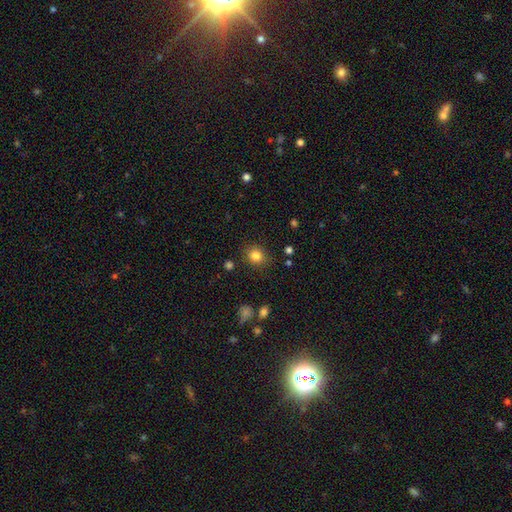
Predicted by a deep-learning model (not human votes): smooth_or_featured: smooth (p=0.83) [alt: star or artifact p=0.12]
how_rounded: round (p=0.76) [alt: in between p=0.23]
merging: none (p=0.85) [alt: minor disturbance p=0.10]